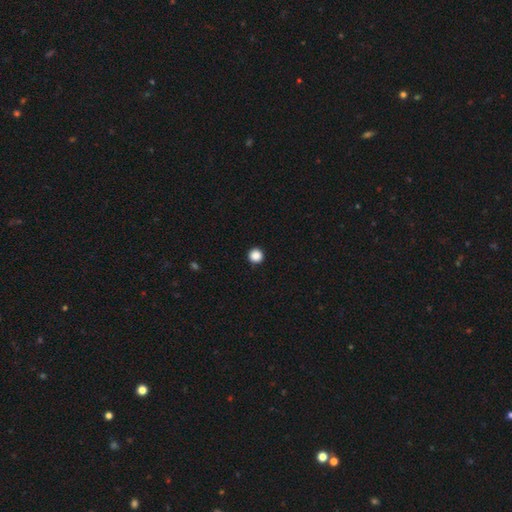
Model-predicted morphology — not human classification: Smooth or featured? Predicted: smooth (p=0.87). How rounded? Predicted: round (p=0.96). Merging? Predicted: none (p=0.93).